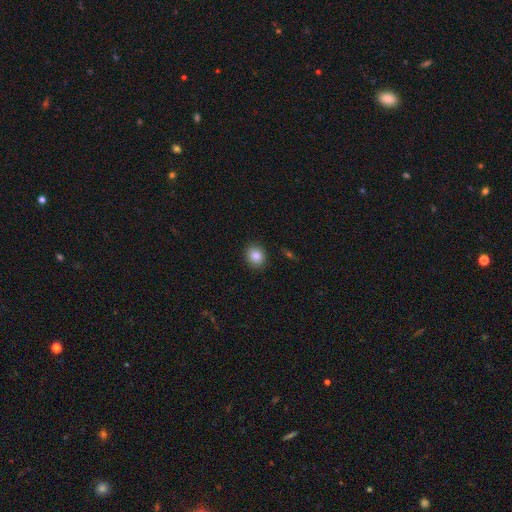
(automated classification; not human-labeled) Smooth or featured: smooth — 86% (star or artifact — 9%)
How rounded: round — 73% (in between — 26%)
Merging: none — 89% (minor disturbance — 8%)